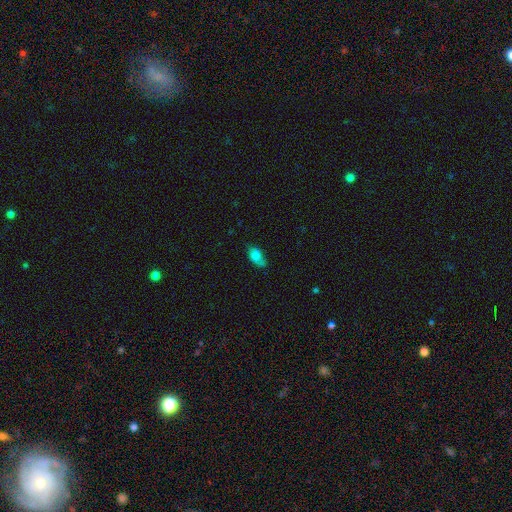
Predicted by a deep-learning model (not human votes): Morphology: type=smooth (68%); roundness=in between (88%); merging=none (55%).